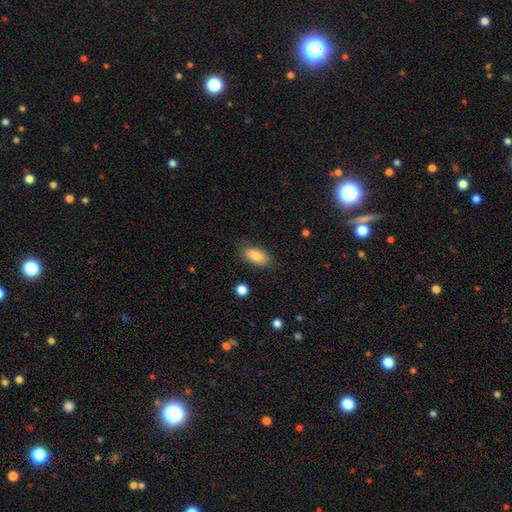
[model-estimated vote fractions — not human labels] smooth-or-featured: smooth: 83% | featured or disk: 10% | star or artifact: 7%
  how-rounded: in between: 89% | cigar-shaped: 8% | round: 4%
  merging: none: 78% | minor disturbance: 16% | major disturbance: 4% | merger: 1%